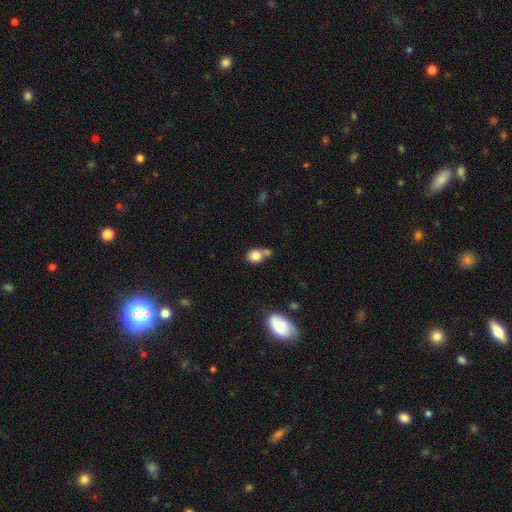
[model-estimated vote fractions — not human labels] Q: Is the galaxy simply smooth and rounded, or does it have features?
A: smooth — 82%.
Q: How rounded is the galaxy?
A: round — 64%.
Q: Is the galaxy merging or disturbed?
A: none — 49%.